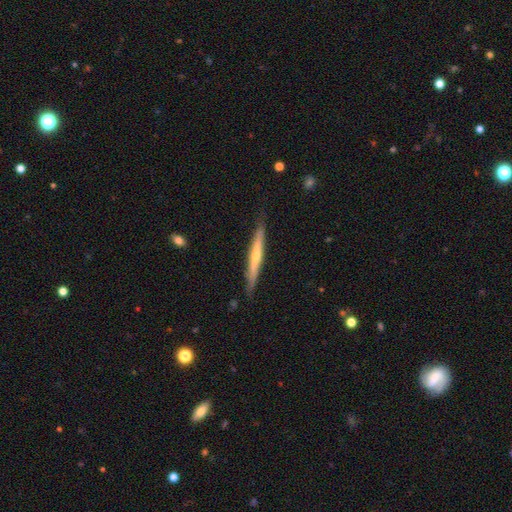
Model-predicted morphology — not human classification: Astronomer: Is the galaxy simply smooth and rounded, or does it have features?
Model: featured or disk — 58% (runner-up: smooth, 37%).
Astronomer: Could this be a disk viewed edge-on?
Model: yes — 96%.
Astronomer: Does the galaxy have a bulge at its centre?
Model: rounded — 58% (runner-up: none, 37%).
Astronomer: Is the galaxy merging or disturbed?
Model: none — 84%.